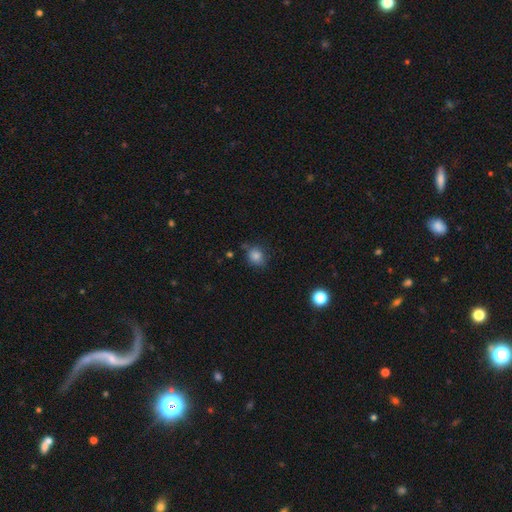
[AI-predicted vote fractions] smooth_or_featured: smooth (p=0.83) [alt: star or artifact p=0.11]
how_rounded: round (p=0.74) [alt: in between p=0.25]
merging: none (p=0.73) [alt: minor disturbance p=0.18]